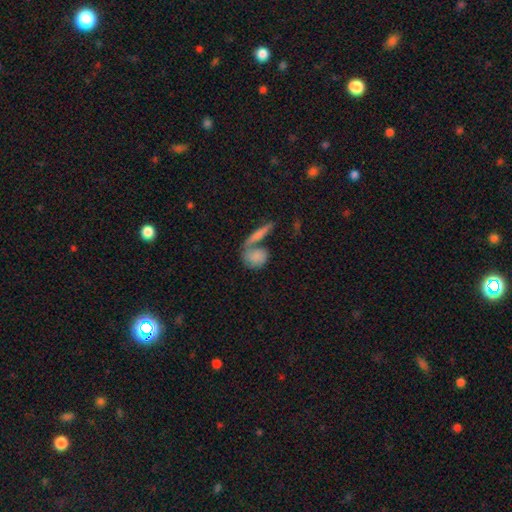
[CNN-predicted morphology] Smooth or featured?
  - smooth: 72% *
  - featured or disk: 20%
  - star or artifact: 8%
How rounded?
  - in between: 43% * (tied)
  - round: 43% * (tied)
  - cigar-shaped: 14%
Merging?
  - merger: 47% *
  - none: 35%
  - minor disturbance: 10%
  - major disturbance: 8%